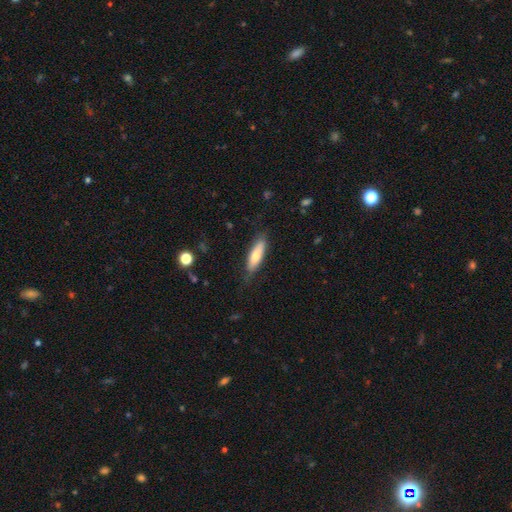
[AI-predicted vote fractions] Overall: smooth (70%). How rounded: cigar-shaped (60%; in between 38%). Merging: none (80%).